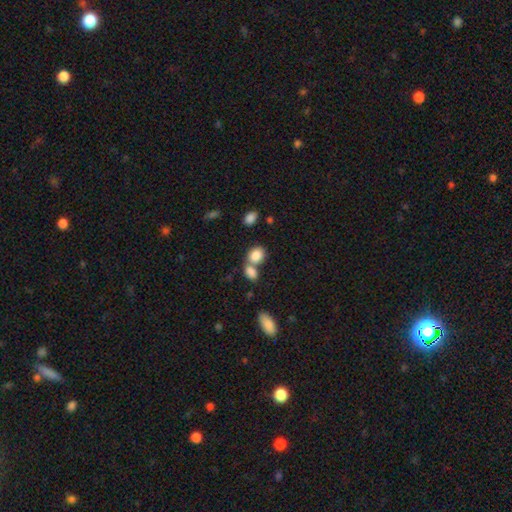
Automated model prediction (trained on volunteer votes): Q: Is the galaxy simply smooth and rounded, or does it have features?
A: smooth — 85%.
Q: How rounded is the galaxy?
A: in between — 58%.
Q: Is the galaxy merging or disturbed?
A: merger — 51%.